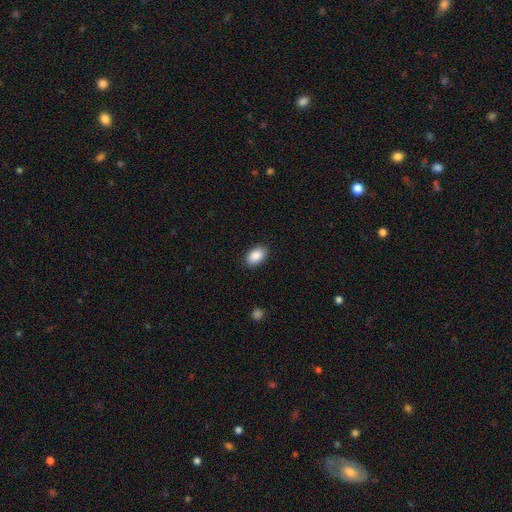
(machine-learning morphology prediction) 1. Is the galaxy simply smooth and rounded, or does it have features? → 89% smooth, 7% star or artifact, 4% featured or disk.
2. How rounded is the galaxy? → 92% in between, 7% round, 1% cigar-shaped.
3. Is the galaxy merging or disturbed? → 89% none, 8% minor disturbance, 2% major disturbance, 1% merger.